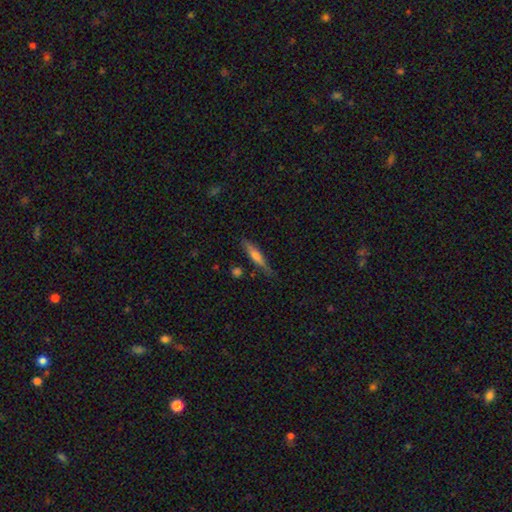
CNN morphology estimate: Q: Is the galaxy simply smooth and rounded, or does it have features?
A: smooth — 52%.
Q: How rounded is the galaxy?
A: cigar-shaped — 87%.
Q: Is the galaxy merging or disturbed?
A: none — 75%.